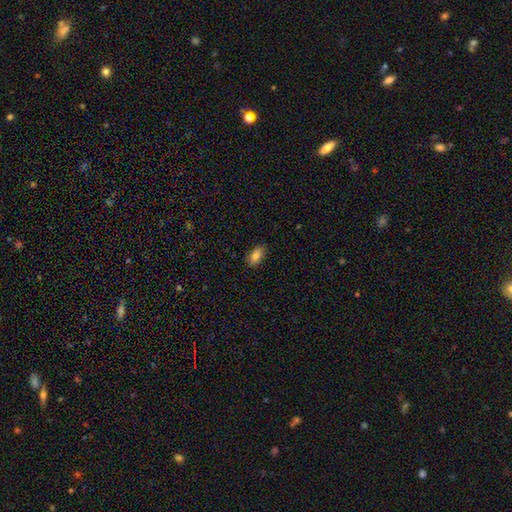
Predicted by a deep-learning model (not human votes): A smooth galaxy with no disk features (83%) that is in between round and cigar-shaped (88%).

Vote fractions:
- Smooth or featured? smooth: 83% / featured or disk: 10% / star or artifact: 8%
- How rounded? in between: 88% / cigar-shaped: 9% / round: 3%
- Merging? none: 86% / minor disturbance: 11% / major disturbance: 2% / merger: 1%